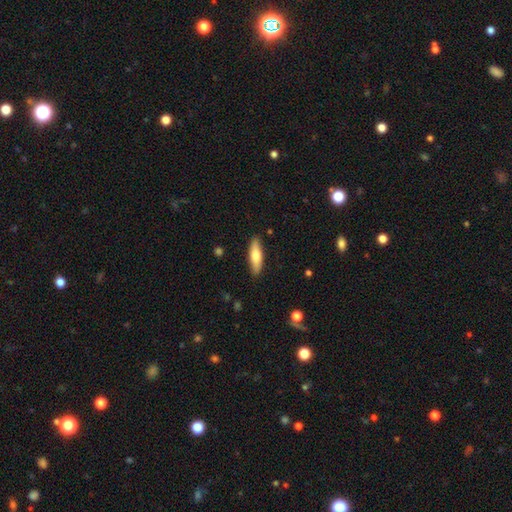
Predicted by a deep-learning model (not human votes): Smooth or featured: smooth — 68% (featured or disk — 26%)
How rounded: cigar-shaped — 58% (in between — 40%)
Merging: none — 88% (minor disturbance — 9%)